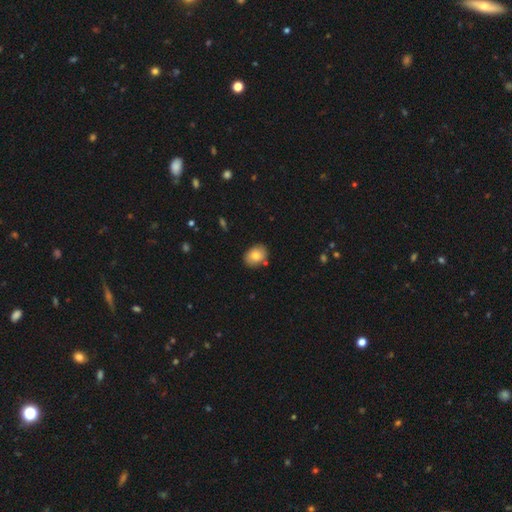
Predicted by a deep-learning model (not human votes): smooth 81%, featured or disk 11%, star or artifact 8%. Down the decision tree: how rounded — in between (66%); merging — none (83%).